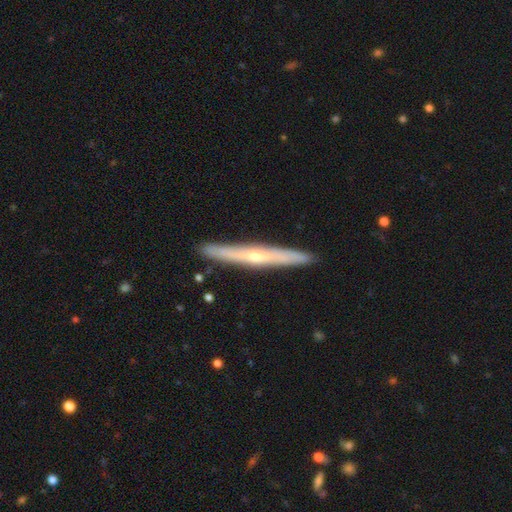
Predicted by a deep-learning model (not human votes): featured or disk 63%, smooth 31%, star or artifact 5%. Down the decision tree: edge-on disk — yes (95%); edge-on bulge — rounded (66%); merging — none (91%).